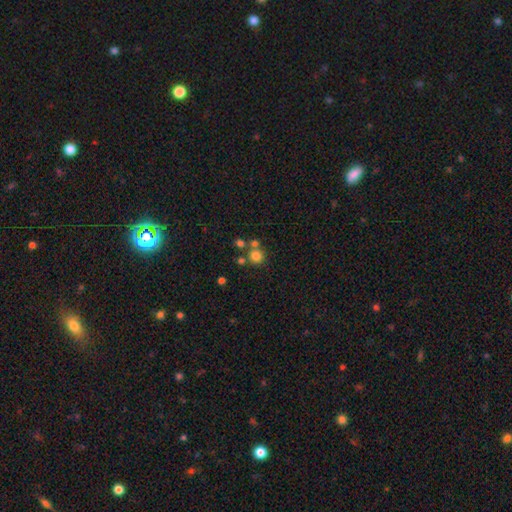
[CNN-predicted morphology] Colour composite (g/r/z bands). It shows a smooth galaxy with no disk features (76%) that is round (91%). Merging: none (64%).